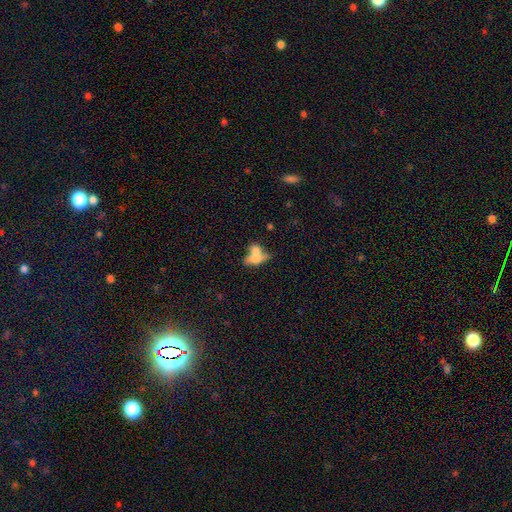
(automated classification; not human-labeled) Smooth or featured? smooth (55%)
How rounded? in between (64%)
Merging? merger (55%)